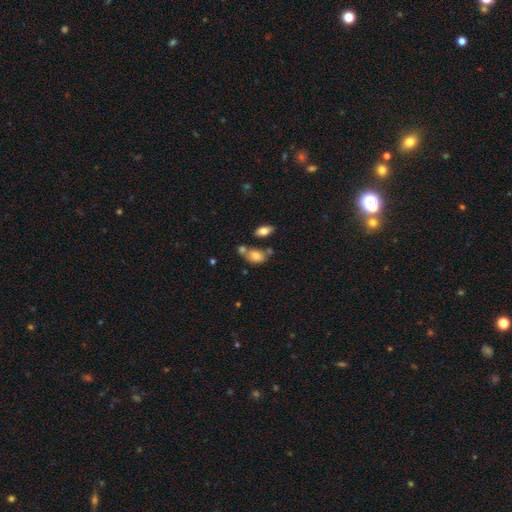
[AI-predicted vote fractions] Smooth or featured?
  - smooth: 75% *
  - featured or disk: 16%
  - star or artifact: 9%
How rounded?
  - in between: 86% *
  - round: 12%
  - cigar-shaped: 2%
Merging?
  - none: 50% *
  - merger: 30%
  - minor disturbance: 16%
  - major disturbance: 5%